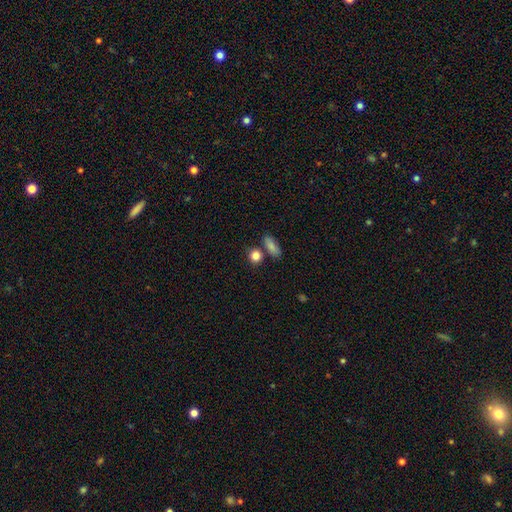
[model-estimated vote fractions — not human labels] Smooth or featured: smooth — 84% (star or artifact — 10%)
How rounded: round — 70% (in between — 26%)
Merging: none — 70% (merger — 16%)